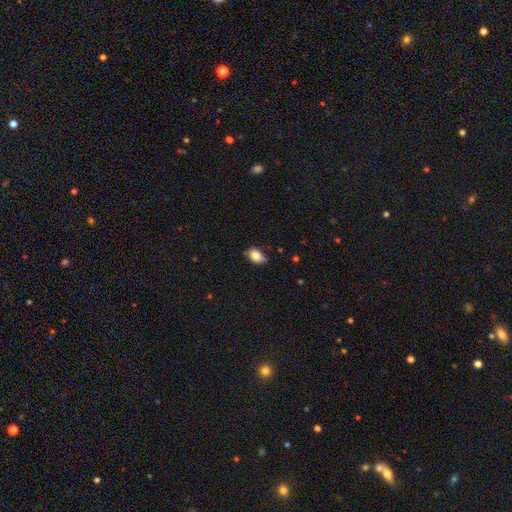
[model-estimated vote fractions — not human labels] Smooth or featured: smooth — 82% (featured or disk — 9%)
How rounded: in between — 81% (round — 17%)
Merging: none — 59% (minor disturbance — 33%)